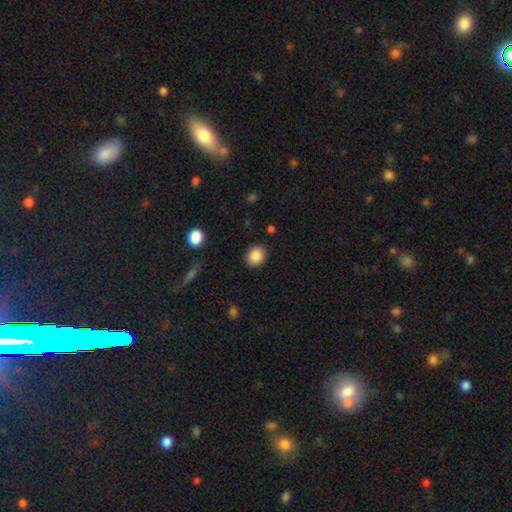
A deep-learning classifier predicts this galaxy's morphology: Overall: smooth (87%). How rounded: round (71%). Merging: none (88%).